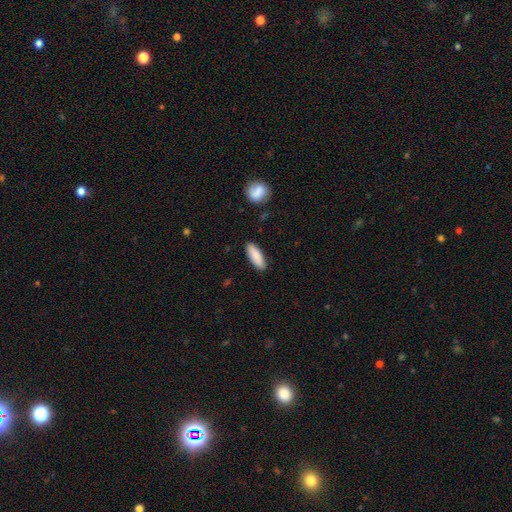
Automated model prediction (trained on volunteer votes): A smooth galaxy with no disk features (87%) that is in between round and cigar-shaped (64%). Merging: none (88%).